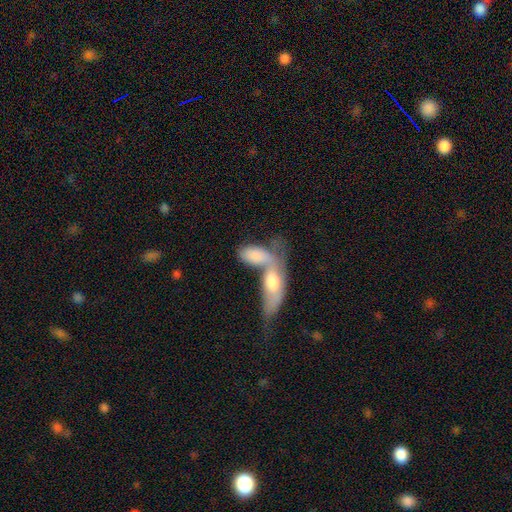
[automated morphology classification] Overall: smooth (72%). How rounded: in between (82%). Merging: merger (69%).